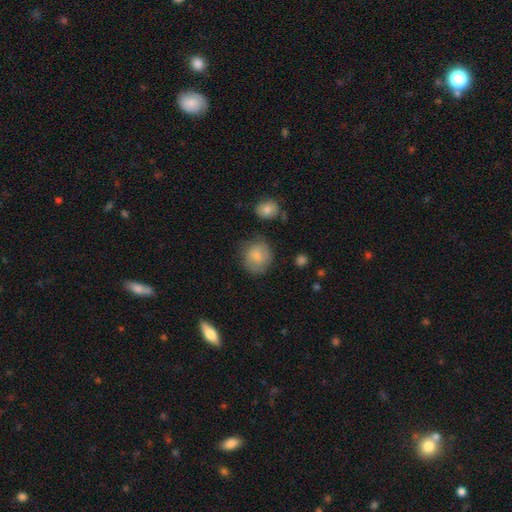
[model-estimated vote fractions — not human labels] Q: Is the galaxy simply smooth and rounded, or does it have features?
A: smooth — 79%.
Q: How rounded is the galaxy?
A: round — 79%.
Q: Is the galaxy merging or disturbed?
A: none — 72%.